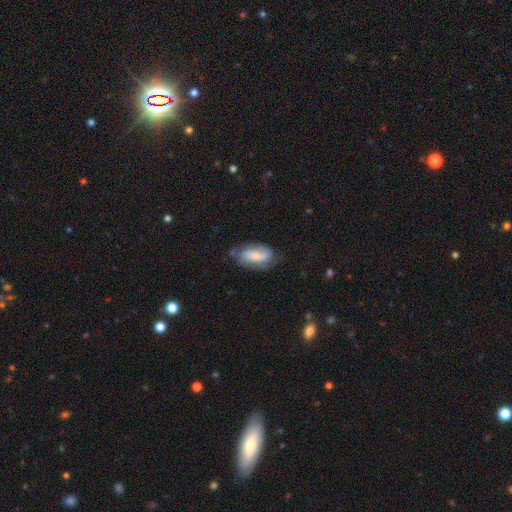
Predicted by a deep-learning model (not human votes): Smooth or featured? featured or disk (47%)
Merging? none (61%)